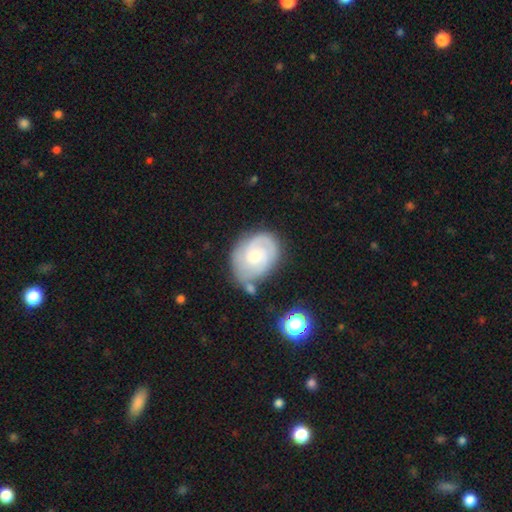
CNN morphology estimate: Smooth or featured? Predicted: featured or disk (p=0.72). Edge-on disk? Predicted: no (p=0.97). Bar? Predicted: no (p=0.65). Spiral arms? Predicted: yes (p=0.92). Spiral winding? Predicted: tight (p=0.59). Spiral arm count? Predicted: 2 (p=0.50). Bulge size? Predicted: moderate (p=0.52). Merging? Predicted: none (p=0.64).